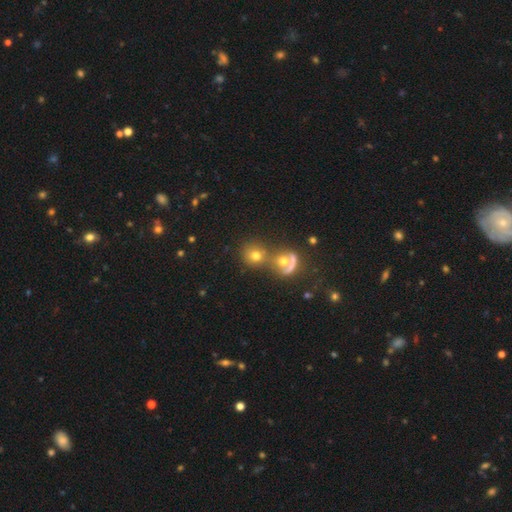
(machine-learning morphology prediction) Smooth or featured: smooth — 68% (featured or disk — 16%)
How rounded: round — 83% (in between — 16%)
Merging: none — 46% (merger — 40%)